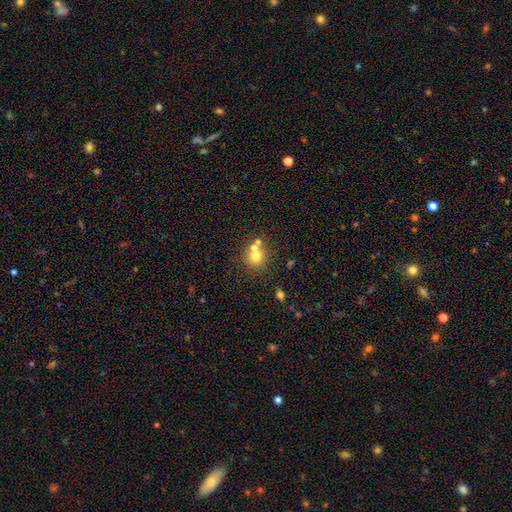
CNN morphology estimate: type=smooth (70%); roundness=round (86%); merging=none (55%).